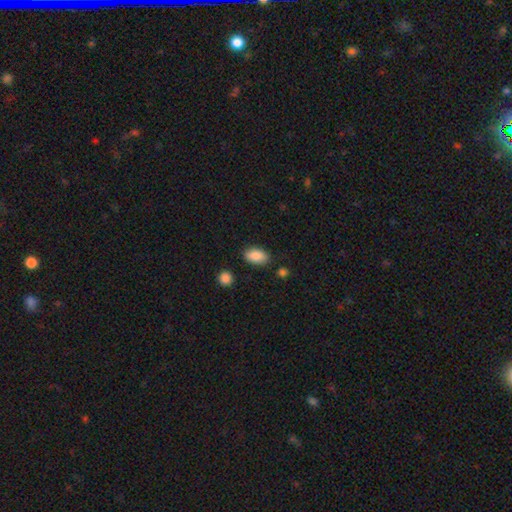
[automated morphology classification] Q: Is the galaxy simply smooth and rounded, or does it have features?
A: smooth — 87%.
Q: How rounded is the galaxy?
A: in between — 92%.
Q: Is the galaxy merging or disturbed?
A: none — 83%.